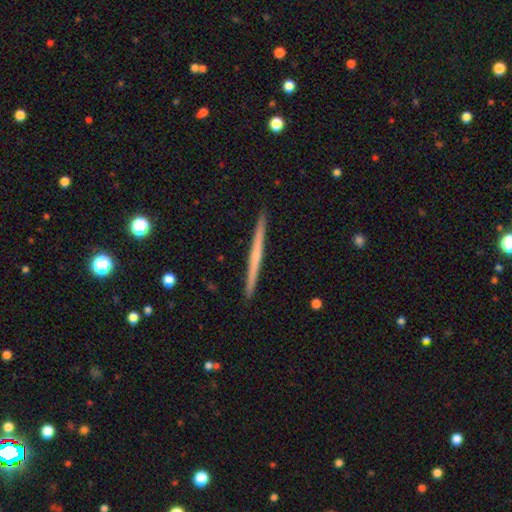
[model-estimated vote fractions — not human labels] The model was most divided on "smooth or featured": featured or disk: 61%, smooth: 34%, star or artifact: 5%. More confident: edge-on disk — yes (98%); merging — none (93%); edge-on bulge — none (71%).